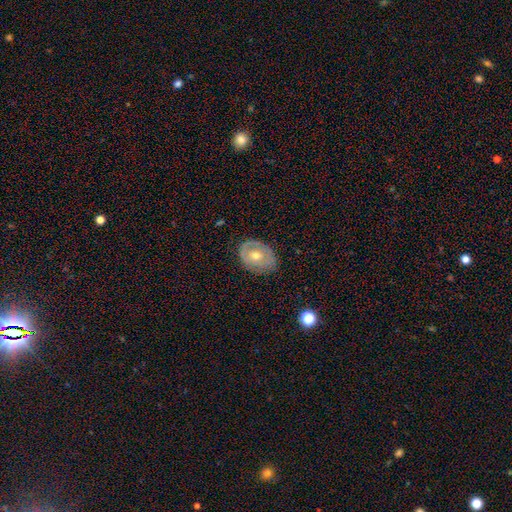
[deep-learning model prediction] featured or disk 55%, smooth 37%, star or artifact 7%. Down the decision tree: edge-on disk — no (93%); bar — no (78%); spiral arms — no (62%); bulge size — moderate (69%); merging — none (75%).